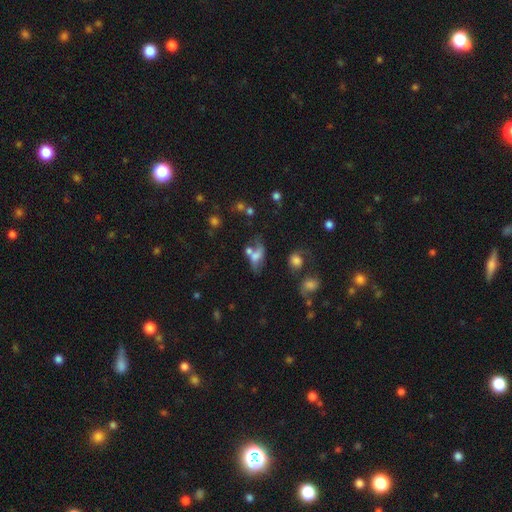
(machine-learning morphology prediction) Smooth or featured: smooth — 52% (featured or disk — 32%)
How rounded: in between — 74% (round — 14%)
Merging: merger — 35% (none — 30%)